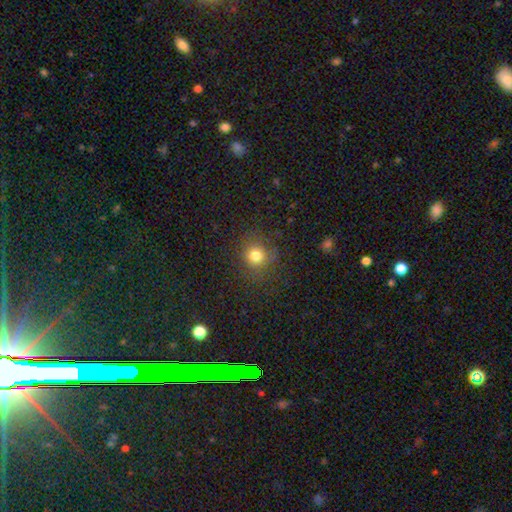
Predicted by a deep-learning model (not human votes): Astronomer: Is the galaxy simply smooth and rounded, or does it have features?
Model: smooth — 78%.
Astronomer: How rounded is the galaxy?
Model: round — 89%.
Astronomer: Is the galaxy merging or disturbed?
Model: none — 83%.